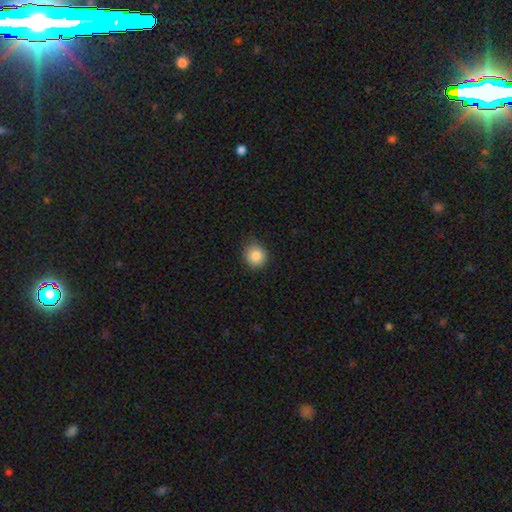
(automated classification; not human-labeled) Q: Smooth or featured?
A: smooth (84%); runner-up: star or artifact (10%)
Q: How rounded?
A: round (87%); runner-up: in between (13%)
Q: Merging?
A: none (80%); runner-up: minor disturbance (16%)